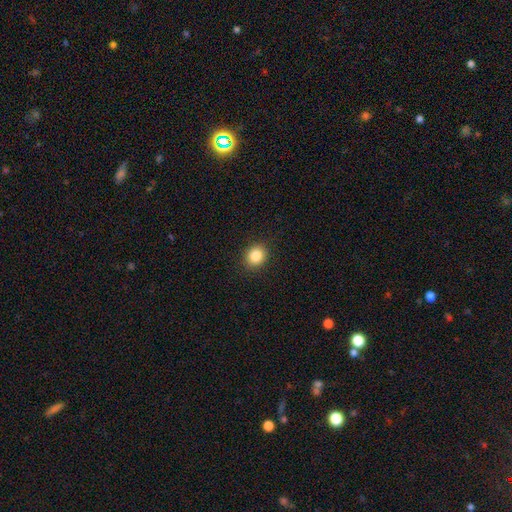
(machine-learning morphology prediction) This appears to be a smooth galaxy with no disk features (85%) that is round (71%). Merging: none (91%).